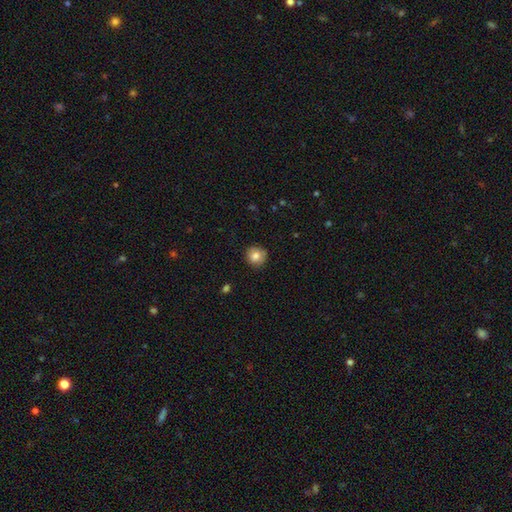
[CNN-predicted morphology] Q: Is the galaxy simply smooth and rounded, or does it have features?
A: smooth — 80%.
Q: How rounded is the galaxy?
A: round — 91%.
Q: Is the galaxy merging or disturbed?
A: none — 85%.